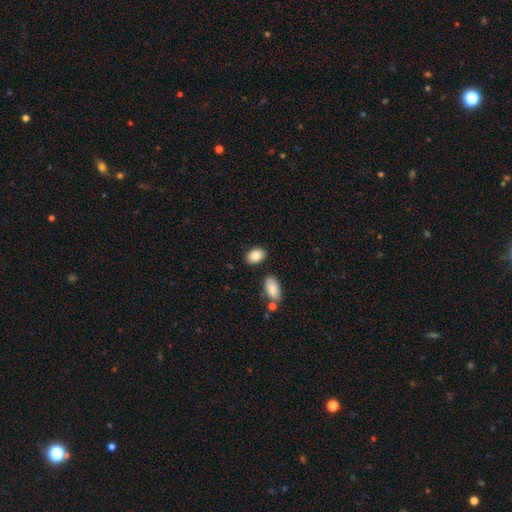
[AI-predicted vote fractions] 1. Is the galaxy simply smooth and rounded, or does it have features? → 87% smooth, 7% star or artifact, 6% featured or disk.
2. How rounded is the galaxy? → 85% in between, 14% round, 1% cigar-shaped.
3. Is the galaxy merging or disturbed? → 83% none, 10% minor disturbance, 5% merger, 3% major disturbance.